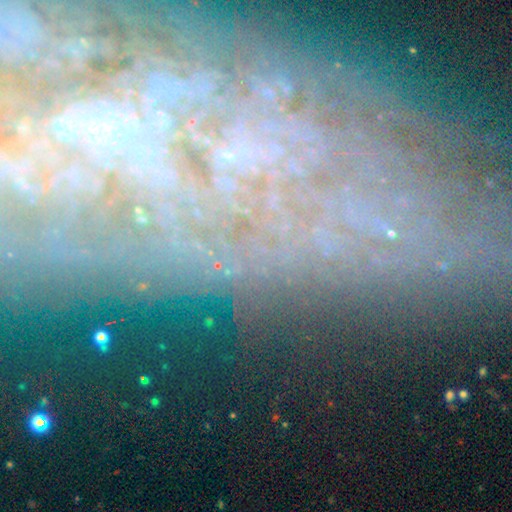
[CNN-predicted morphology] Smooth or featured? star or artifact (45%)